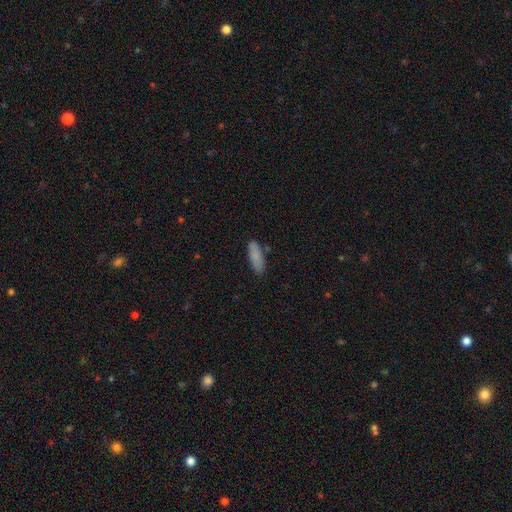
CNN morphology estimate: A smooth galaxy with no disk features (84%) that is in between round and cigar-shaped (56%).

Vote fractions:
- Smooth or featured? smooth: 84% / featured or disk: 10% / star or artifact: 6%
- How rounded? in between: 56% / cigar-shaped: 42% / round: 2%
- Merging? none: 82% / minor disturbance: 13% / merger: 3% / major disturbance: 2%